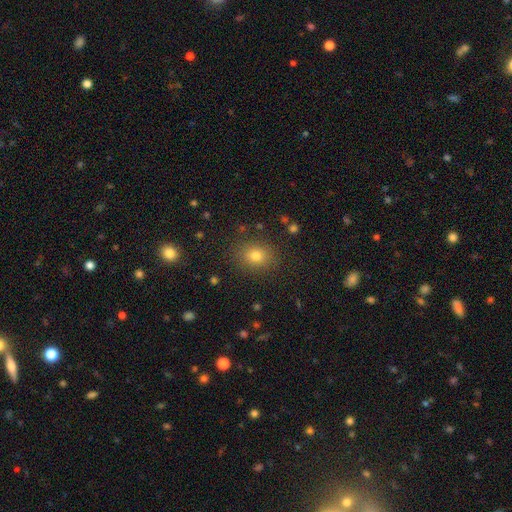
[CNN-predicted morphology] The model was most divided on "how rounded": round: 57%, in between: 42%, cigar-shaped: 1%. More confident: merging — none (86%); smooth or featured — smooth (77%).